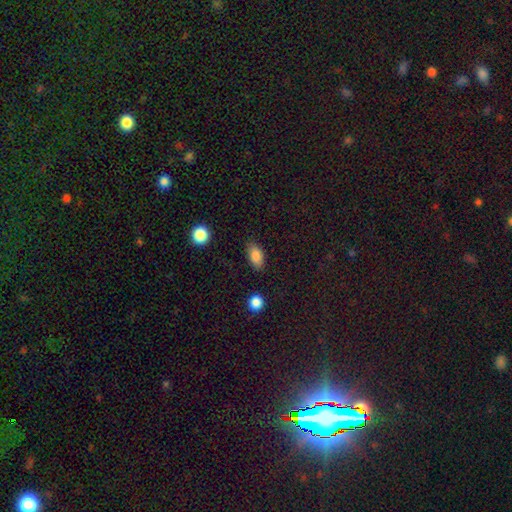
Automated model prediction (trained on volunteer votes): Q: Smooth or featured?
A: smooth (85%); runner-up: star or artifact (8%)
Q: How rounded?
A: in between (89%); runner-up: round (6%)
Q: Merging?
A: none (83%); runner-up: minor disturbance (12%)